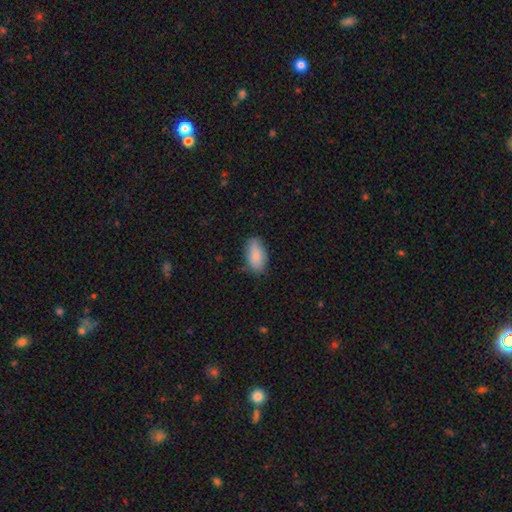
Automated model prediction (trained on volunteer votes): Overall: smooth (86%). How rounded: in between (92%). Merging: none (76%).